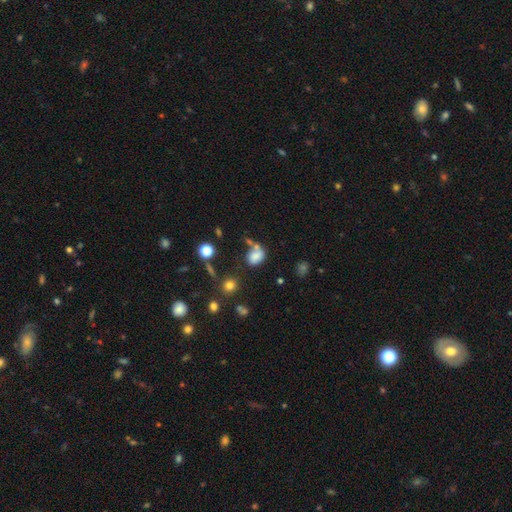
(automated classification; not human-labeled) smooth-or-featured: smooth: 73% | star or artifact: 13% | featured or disk: 13%
  how-rounded: in between: 69% | round: 30% | cigar-shaped: 1%
  merging: none: 38% | merger: 29% | minor disturbance: 20% | major disturbance: 12%